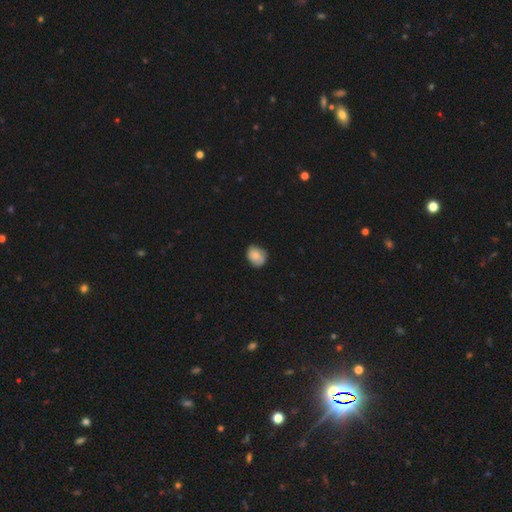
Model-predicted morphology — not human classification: Smooth or featured?
  - smooth: 76% *
  - featured or disk: 16%
  - star or artifact: 8%
How rounded?
  - round: 58% *
  - in between: 41%
  - cigar-shaped: 1%
Merging?
  - none: 74% *
  - minor disturbance: 21%
  - major disturbance: 3%
  - merger: 1%